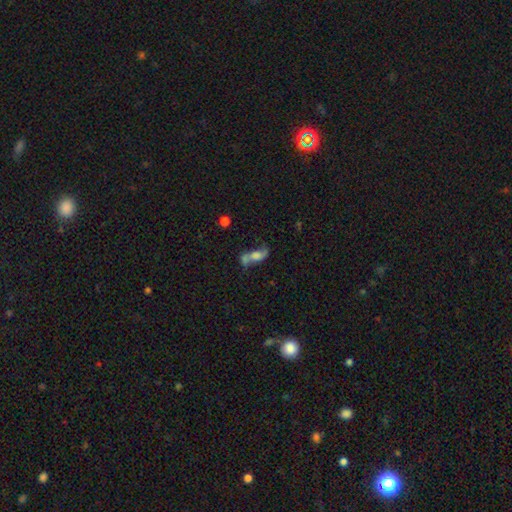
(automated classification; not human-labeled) Morphology: type=featured or disk (43%); merging=merger (42%).